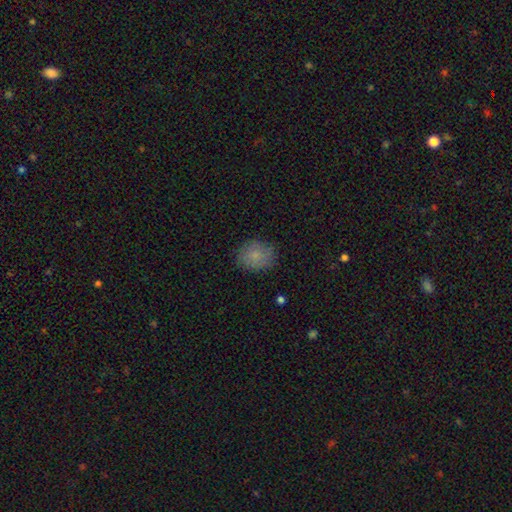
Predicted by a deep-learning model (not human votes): Morphology: type=smooth (80%); roundness=round (64%); merging=none (82%).